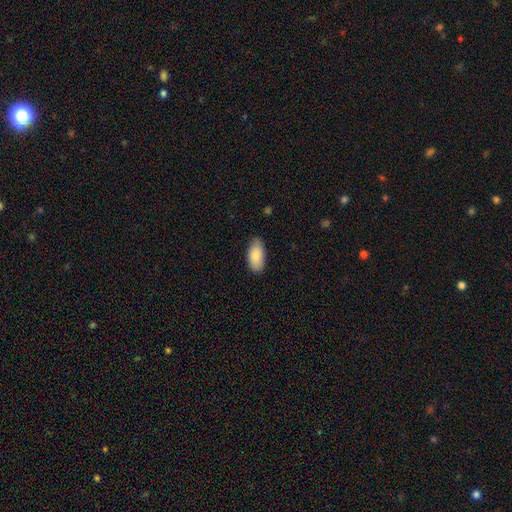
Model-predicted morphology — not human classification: The model was most divided on "merging": none: 83%, minor disturbance: 13%, major disturbance: 2%, merger: 1%. More confident: how rounded — in between (94%); smooth or featured — smooth (87%).